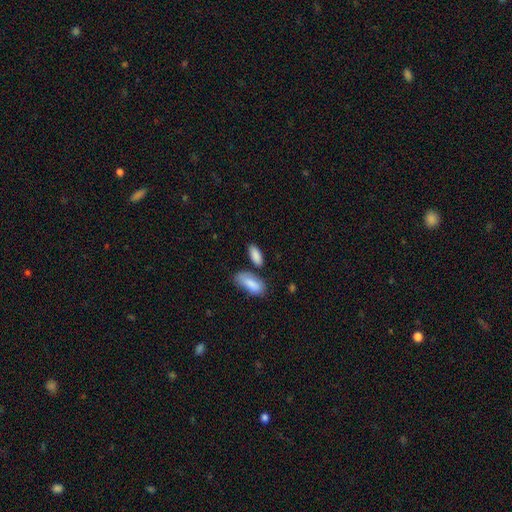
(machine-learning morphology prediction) smooth-or-featured: smooth: 87% | featured or disk: 7% | star or artifact: 6%
  how-rounded: in between: 82% | cigar-shaped: 15% | round: 3%
  merging: none: 66% | minor disturbance: 16% | merger: 14% | major disturbance: 4%